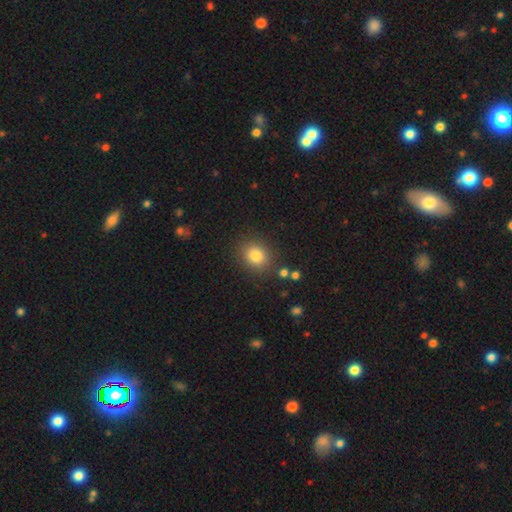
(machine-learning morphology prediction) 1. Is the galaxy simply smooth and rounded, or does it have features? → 82% smooth, 11% star or artifact, 7% featured or disk.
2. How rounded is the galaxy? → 68% round, 31% in between, 1% cigar-shaped.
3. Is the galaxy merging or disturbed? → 85% none, 9% minor disturbance, 3% major disturbance, 3% merger.